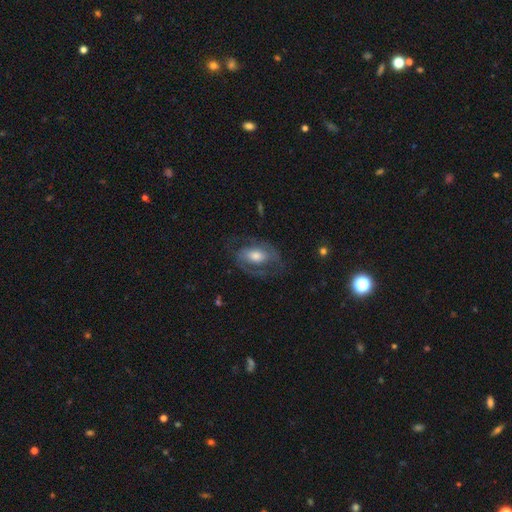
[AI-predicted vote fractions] Overall: featured or disk (64%; smooth 29%). Edge-on disk: no (95%). Bar: no (48%; weak 34%). Spiral arms: yes (71%). Bulge size: moderate (56%; large 26%). Merging: none (62%).